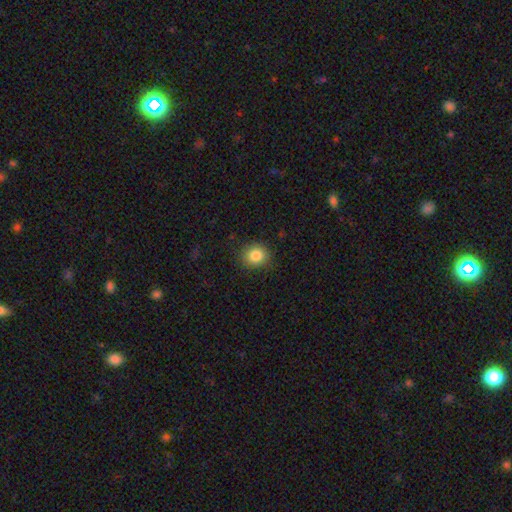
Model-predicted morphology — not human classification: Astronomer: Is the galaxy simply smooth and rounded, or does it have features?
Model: smooth — 85%.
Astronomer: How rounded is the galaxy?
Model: round — 78%.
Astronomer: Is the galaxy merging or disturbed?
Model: none — 87%.